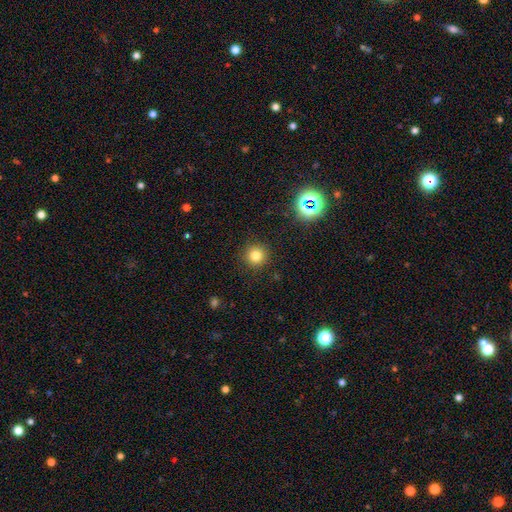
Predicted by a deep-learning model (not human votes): smooth-or-featured: smooth: 79% | star or artifact: 15% | featured or disk: 6%
  how-rounded: round: 94% | in between: 5% | cigar-shaped: 1%
  merging: none: 91% | minor disturbance: 6% | major disturbance: 2% | merger: 1%